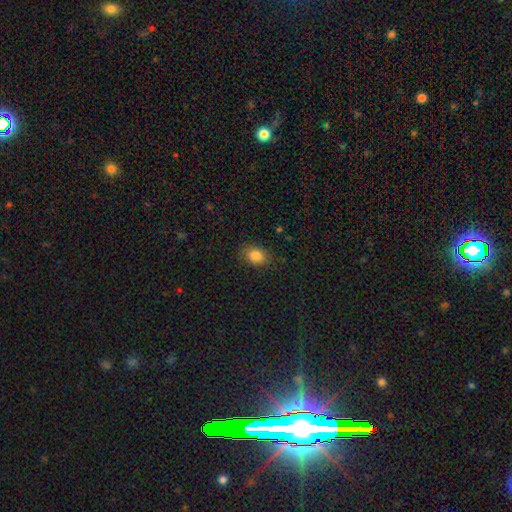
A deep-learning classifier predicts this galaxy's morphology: Overall: smooth (84%). How rounded: in between (69%; round 30%). Merging: none (83%).